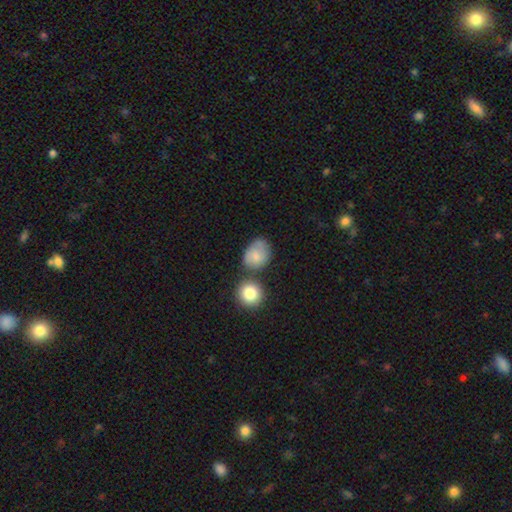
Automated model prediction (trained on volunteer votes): smooth_or_featured: smooth (p=0.77) [alt: featured or disk p=0.15]
how_rounded: in between (p=0.54) [alt: round p=0.45]
merging: none (p=0.48) [alt: minor disturbance p=0.26]